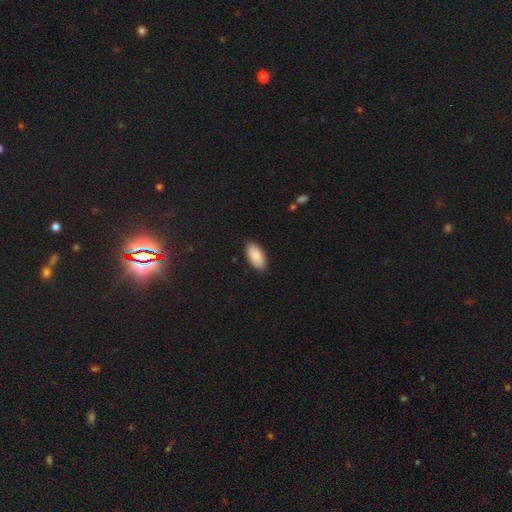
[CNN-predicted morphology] This appears to be a smooth galaxy with no disk features (90%) that is in between round and cigar-shaped (94%). Merging: none (88%).